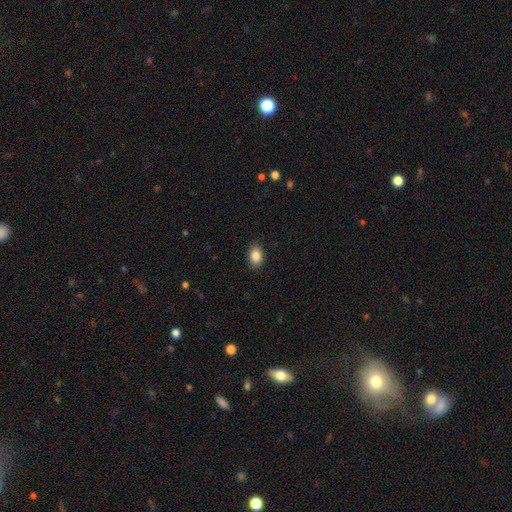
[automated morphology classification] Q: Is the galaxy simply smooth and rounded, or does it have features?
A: smooth — 87%.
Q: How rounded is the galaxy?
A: in between — 84%.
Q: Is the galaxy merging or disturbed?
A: none — 88%.